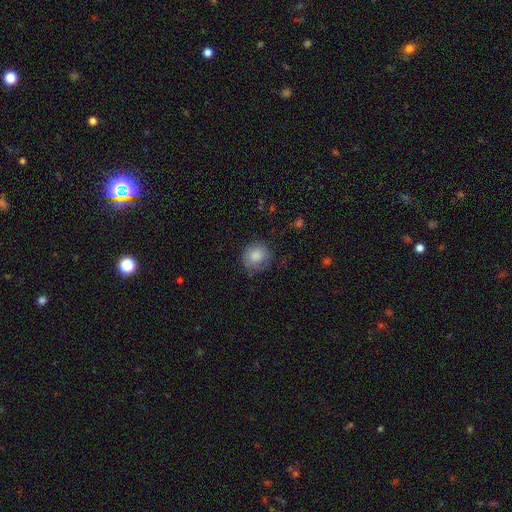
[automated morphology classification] Smooth or featured?
  - smooth: 81% *
  - featured or disk: 11%
  - star or artifact: 8%
How rounded?
  - round: 79% *
  - in between: 20%
  - cigar-shaped: 1%
Merging?
  - none: 65% *
  - minor disturbance: 25%
  - major disturbance: 9%
  - merger: 1%